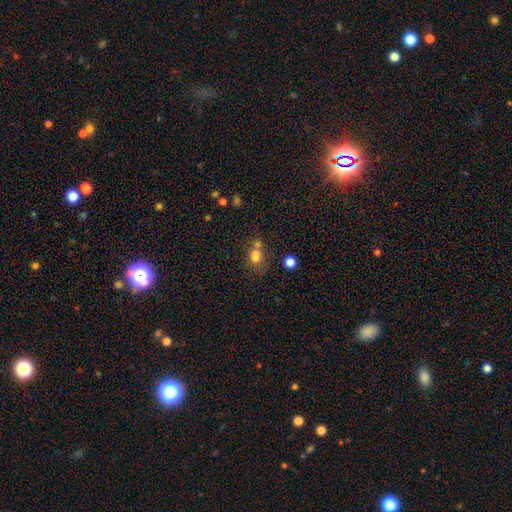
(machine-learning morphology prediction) type=smooth (72%); roundness=in between (52%); merging=merger (46%).